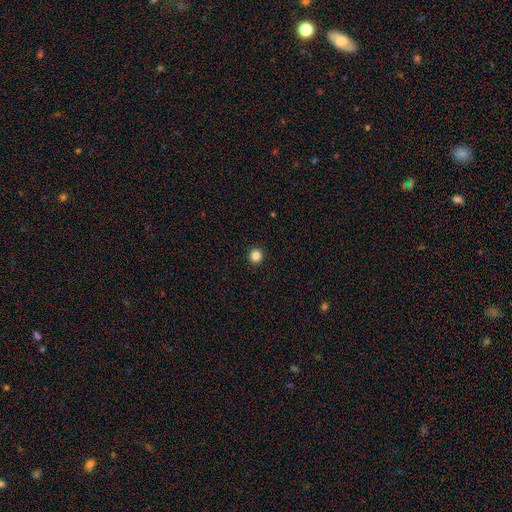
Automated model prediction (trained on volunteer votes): smooth-or-featured: smooth: 85% | star or artifact: 12% | featured or disk: 3%
  how-rounded: round: 93% | in between: 6% | cigar-shaped: 1%
  merging: none: 93% | minor disturbance: 4% | major disturbance: 1% | merger: 1%